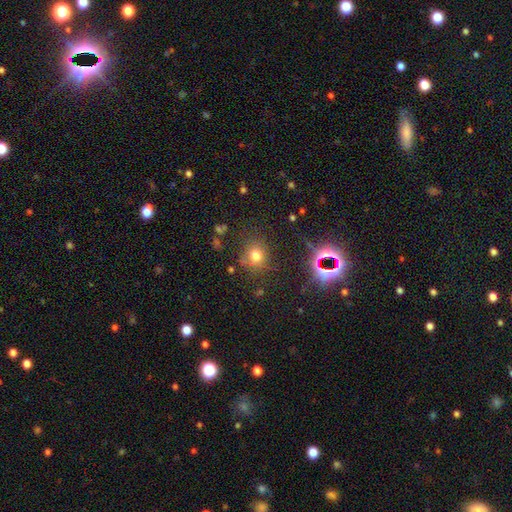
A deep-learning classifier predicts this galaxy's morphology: A smooth galaxy with no disk features (69%) that is round (86%).

Vote fractions:
- Smooth or featured? smooth: 69% / star or artifact: 22% / featured or disk: 8%
- How rounded? round: 86% / in between: 13% / cigar-shaped: 1%
- Merging? none: 77% / minor disturbance: 12% / merger: 6% / major disturbance: 5%